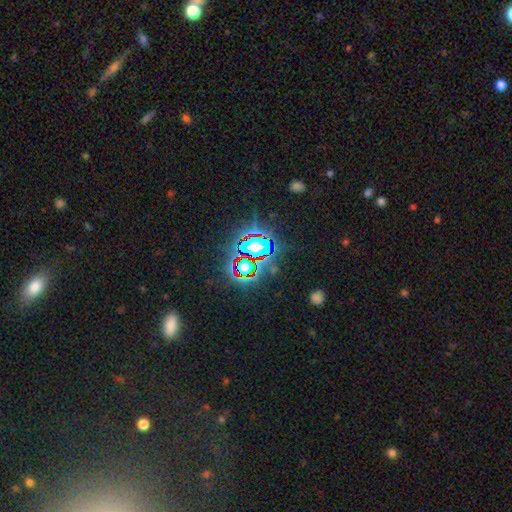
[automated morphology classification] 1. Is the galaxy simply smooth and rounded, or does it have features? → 76% star or artifact, 13% smooth, 10% featured or disk.